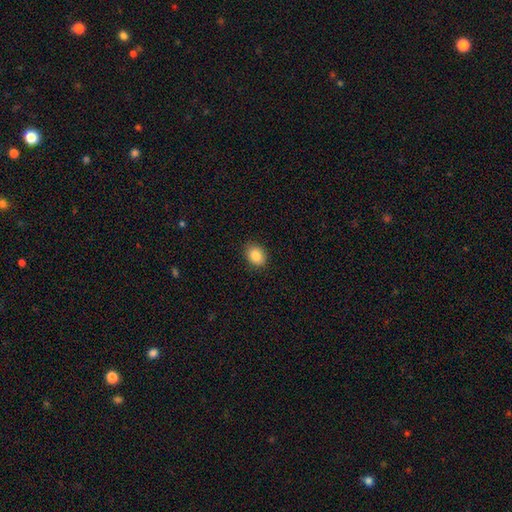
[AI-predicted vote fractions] Q: Smooth or featured?
A: smooth (85%); runner-up: star or artifact (9%)
Q: How rounded?
A: in between (57%); runner-up: round (42%)
Q: Merging?
A: none (89%); runner-up: minor disturbance (8%)